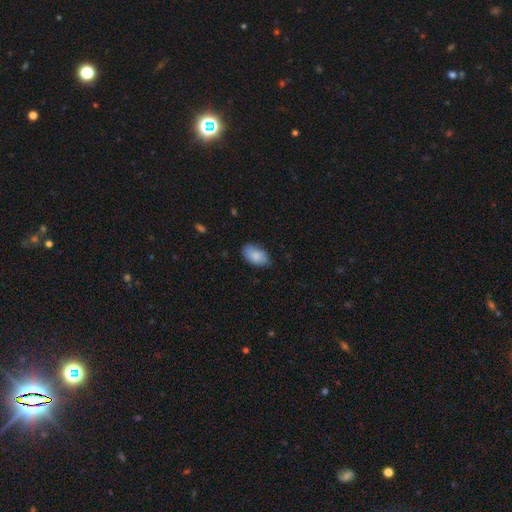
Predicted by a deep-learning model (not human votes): Smooth or featured? smooth (85%)
How rounded? in between (94%)
Merging? none (78%)